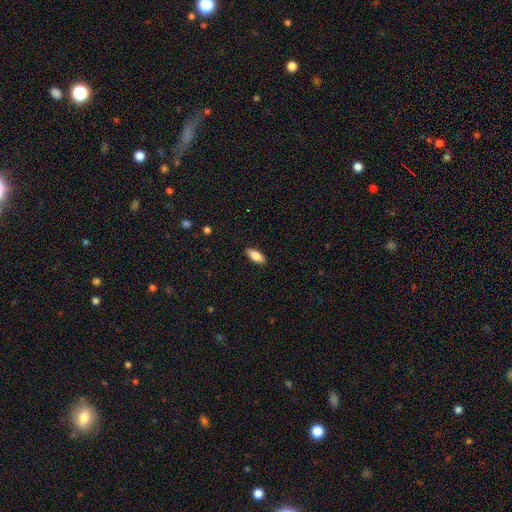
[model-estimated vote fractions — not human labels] A smooth galaxy with no disk features (83%) that is in between round and cigar-shaped (84%). Merging: none (89%).